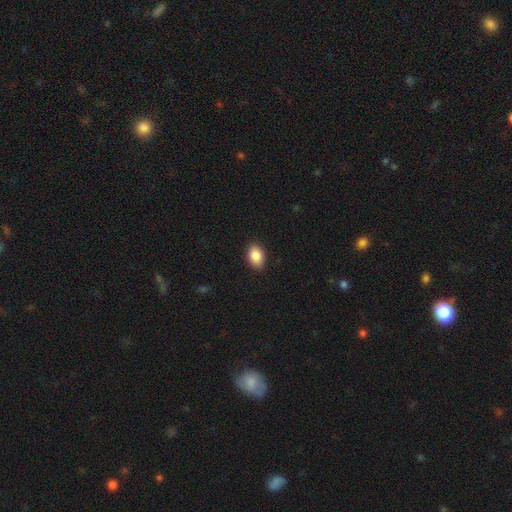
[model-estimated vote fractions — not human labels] The model was most divided on "how rounded": in between: 86%, round: 13%, cigar-shaped: 1%. More confident: merging — none (89%); smooth or featured — smooth (88%).